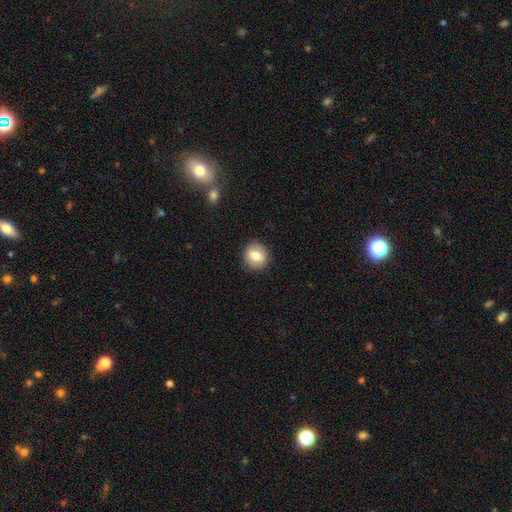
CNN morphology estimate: smooth_or_featured: smooth (p=0.72) [alt: featured or disk p=0.19]
how_rounded: round (p=0.80) [alt: in between p=0.19]
merging: none (p=0.87) [alt: minor disturbance p=0.09]